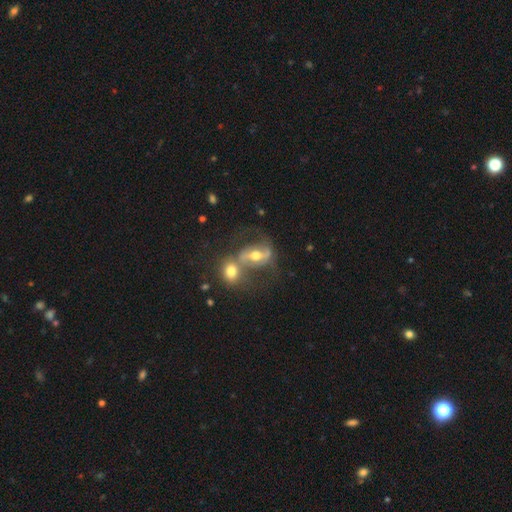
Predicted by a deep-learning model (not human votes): The model was most divided on "bar": weak: 34%, strong: 33%, no: 33%. More confident: edge-on disk — no (94%); spiral arms — yes (74%); bulge size — moderate (72%); smooth or featured — featured or disk (66%); merging — merger (52%).